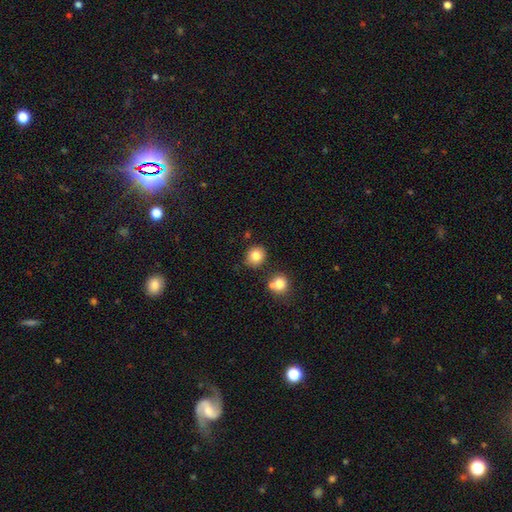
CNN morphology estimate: Smooth or featured?
  - smooth: 82% *
  - star or artifact: 10%
  - featured or disk: 7%
How rounded?
  - round: 78% *
  - in between: 21%
  - cigar-shaped: 1%
Merging?
  - none: 80% *
  - minor disturbance: 10%
  - merger: 7%
  - major disturbance: 3%